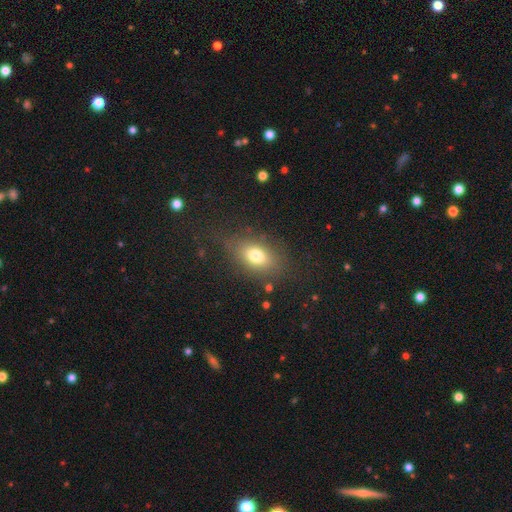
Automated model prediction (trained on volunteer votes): This is likely a smooth galaxy (76%). How rounded: clearly in between (82%). Merging: likely none (76%).